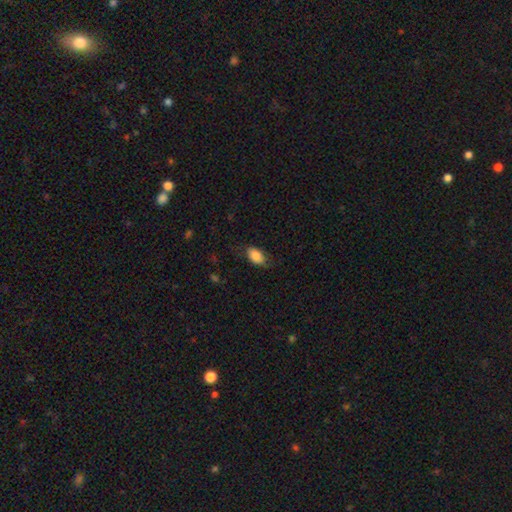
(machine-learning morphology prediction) The model was most divided on "merging": none: 73%, minor disturbance: 20%, major disturbance: 6%, merger: 1%. More confident: how rounded — in between (91%); smooth or featured — smooth (84%).